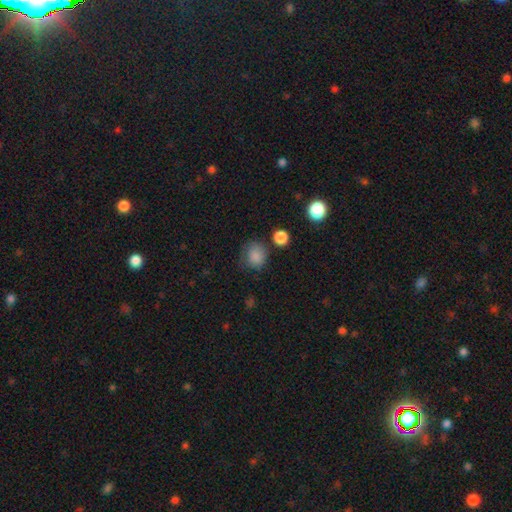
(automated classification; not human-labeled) A smooth galaxy with no disk features (84%) that is round (77%).

Vote fractions:
- Smooth or featured? smooth: 84% / star or artifact: 11% / featured or disk: 5%
- How rounded? round: 77% / in between: 22% / cigar-shaped: 1%
- Merging? none: 69% / minor disturbance: 20% / major disturbance: 7% / merger: 4%